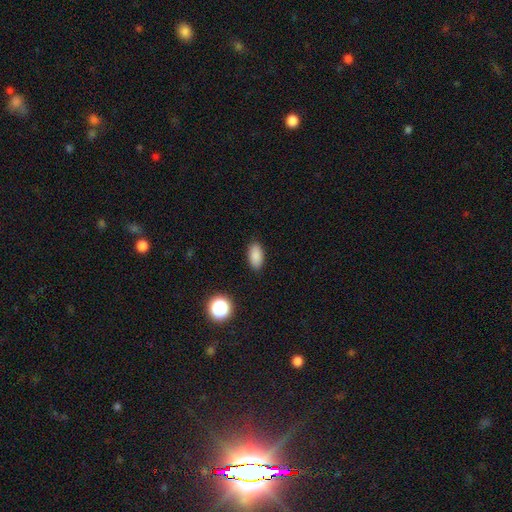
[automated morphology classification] A smooth galaxy with no disk features (87%) that is in between round and cigar-shaped (91%).

Vote fractions:
- Smooth or featured? smooth: 87% / star or artifact: 9% / featured or disk: 4%
- How rounded? in between: 91% / cigar-shaped: 5% / round: 4%
- Merging? none: 89% / minor disturbance: 8% / major disturbance: 2% / merger: 1%